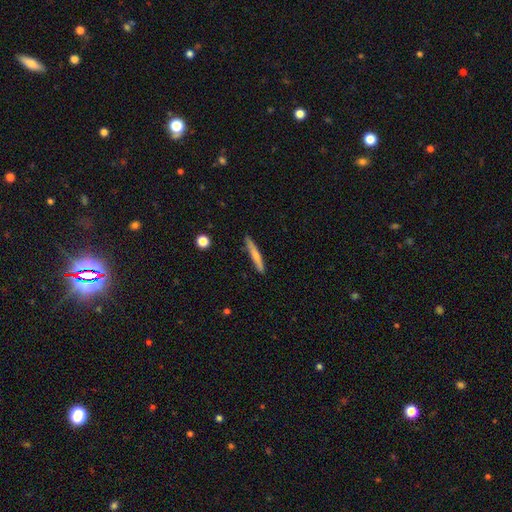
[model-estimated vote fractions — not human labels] This appears to be a smooth galaxy with no disk features (63%) that is cigar-shaped (95%). Merging: none (85%).